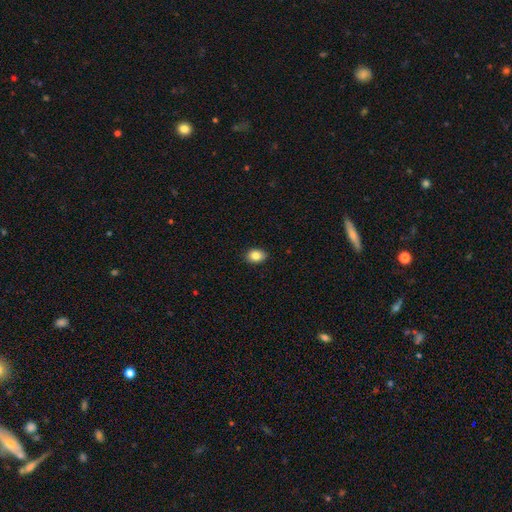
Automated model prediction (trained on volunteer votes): smooth_or_featured: smooth (p=0.85) [alt: star or artifact p=0.08]
how_rounded: in between (p=0.76) [alt: round p=0.23]
merging: none (p=0.88) [alt: minor disturbance p=0.09]